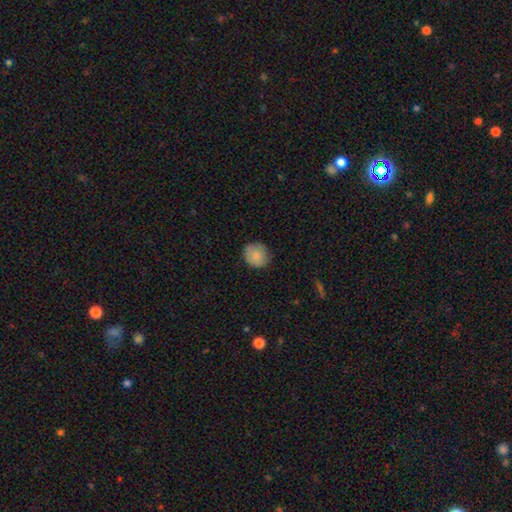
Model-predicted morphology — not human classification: Q: Smooth or featured?
A: smooth (84%); runner-up: featured or disk (9%)
Q: How rounded?
A: round (87%); runner-up: in between (12%)
Q: Merging?
A: none (84%); runner-up: minor disturbance (13%)